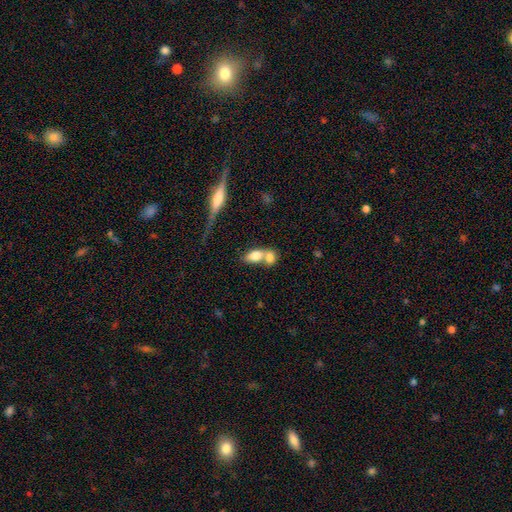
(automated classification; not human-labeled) Morphology: type=smooth (75%); roundness=in between (80%); merging=merger (67%).